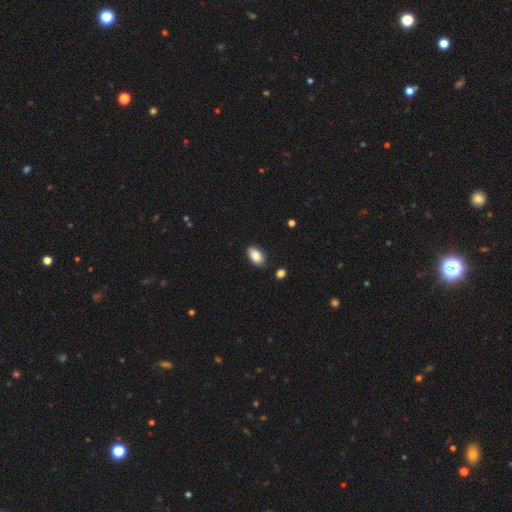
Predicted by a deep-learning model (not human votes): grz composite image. It shows a smooth galaxy with no disk features (84%) that is in between round and cigar-shaped (93%). Merging: none (84%).